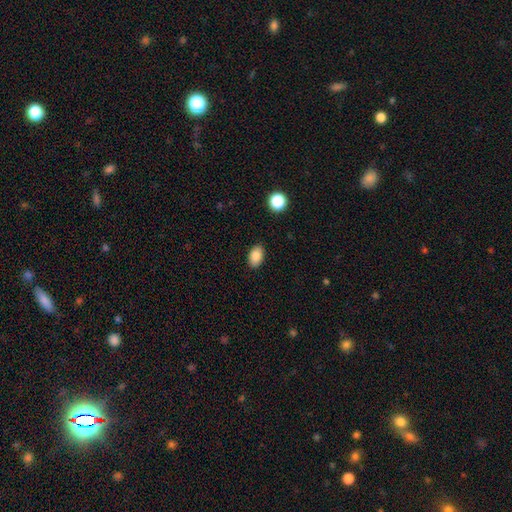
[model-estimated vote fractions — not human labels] Smooth or featured? Predicted: smooth (p=0.85). How rounded? Predicted: in between (p=0.89). Merging? Predicted: none (p=0.88).